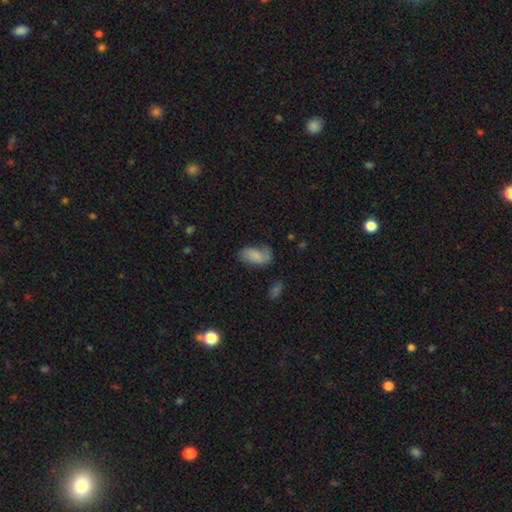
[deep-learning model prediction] Morphology: type=smooth (67%); roundness=in between (93%); merging=none (51%).